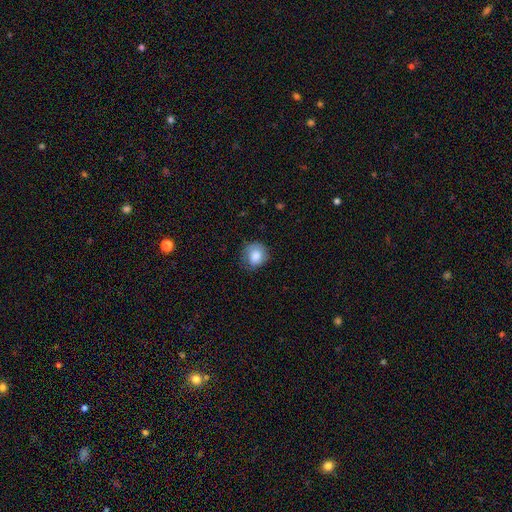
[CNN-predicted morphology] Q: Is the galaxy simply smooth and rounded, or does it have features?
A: smooth — 80%.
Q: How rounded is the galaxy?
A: round — 77%.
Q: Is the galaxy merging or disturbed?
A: none — 61%.